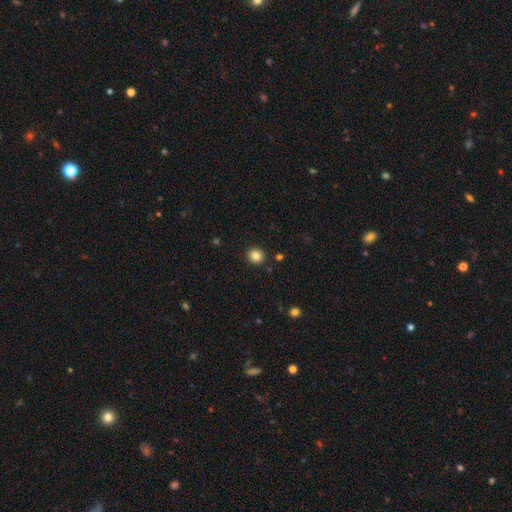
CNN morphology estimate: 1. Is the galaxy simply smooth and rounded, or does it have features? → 84% smooth, 11% star or artifact, 5% featured or disk.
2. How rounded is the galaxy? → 86% round, 14% in between, 1% cigar-shaped.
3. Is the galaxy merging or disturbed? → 90% none, 6% minor disturbance, 2% merger, 2% major disturbance.